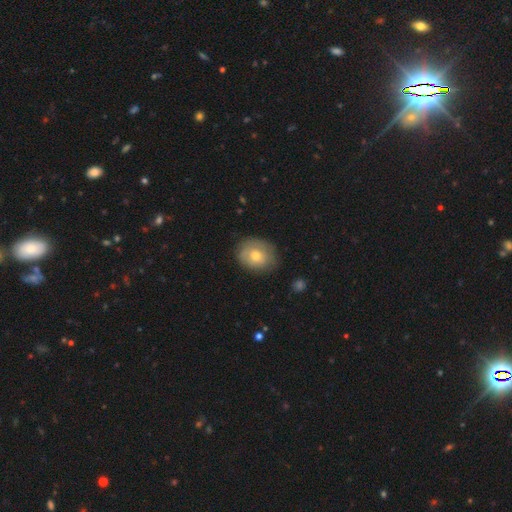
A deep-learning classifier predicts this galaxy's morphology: smooth_or_featured: smooth (p=0.66) [alt: featured or disk p=0.26]
how_rounded: round (p=0.51) [alt: in between p=0.48]
merging: none (p=0.77) [alt: minor disturbance p=0.18]